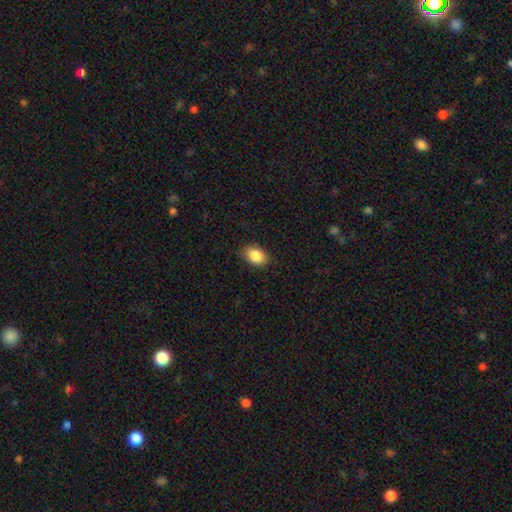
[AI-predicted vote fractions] smooth_or_featured: smooth (p=0.87) [alt: star or artifact p=0.08]
how_rounded: in between (p=0.79) [alt: round p=0.19]
merging: none (p=0.86) [alt: minor disturbance p=0.10]